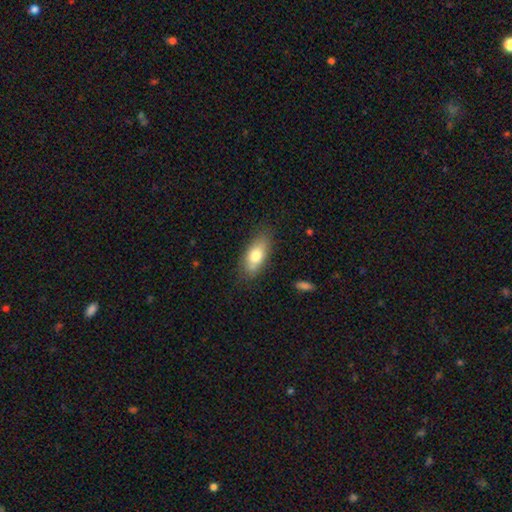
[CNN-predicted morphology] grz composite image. It shows a smooth galaxy with no disk features (73%) that is in between round and cigar-shaped (82%). Merging: none (76%).